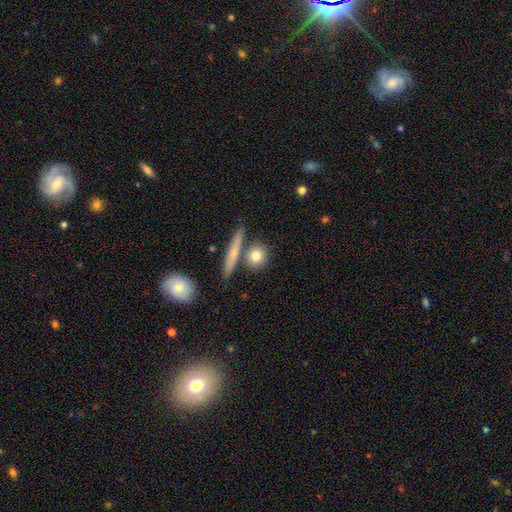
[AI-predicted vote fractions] Smooth or featured: smooth — 77% (featured or disk — 15%)
How rounded: round — 71% (in between — 17%)
Merging: none — 73% (merger — 14%)